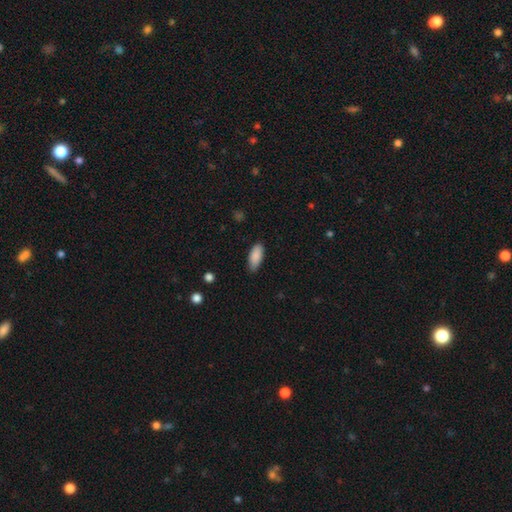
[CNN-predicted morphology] type=smooth (89%); roundness=in between (85%); merging=none (81%).